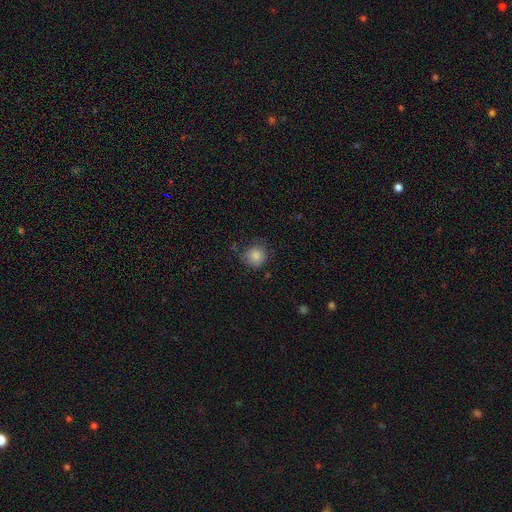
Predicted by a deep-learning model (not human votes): Q: Smooth or featured?
A: smooth (84%); runner-up: star or artifact (9%)
Q: How rounded?
A: round (88%); runner-up: in between (12%)
Q: Merging?
A: none (67%); runner-up: minor disturbance (24%)